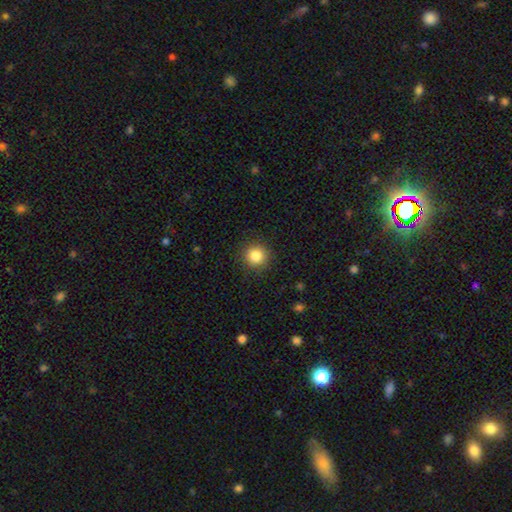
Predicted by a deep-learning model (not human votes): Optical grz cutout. It shows a smooth galaxy with no disk features (84%) that is round (94%). Merging: none (90%).